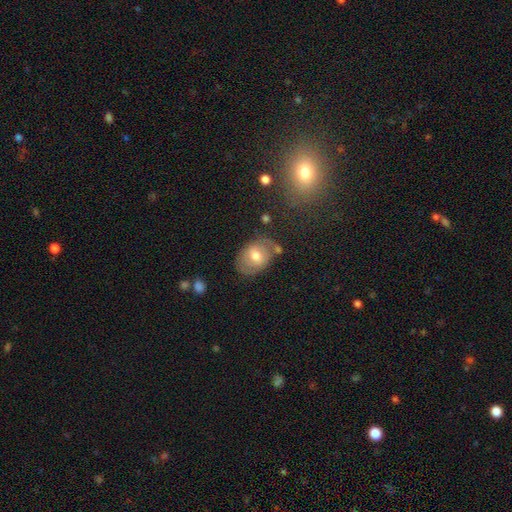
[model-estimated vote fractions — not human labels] smooth_or_featured: smooth (p=0.60) [alt: featured or disk p=0.32]
how_rounded: in between (p=0.72) [alt: round p=0.27]
merging: none (p=0.62) [alt: minor disturbance p=0.22]